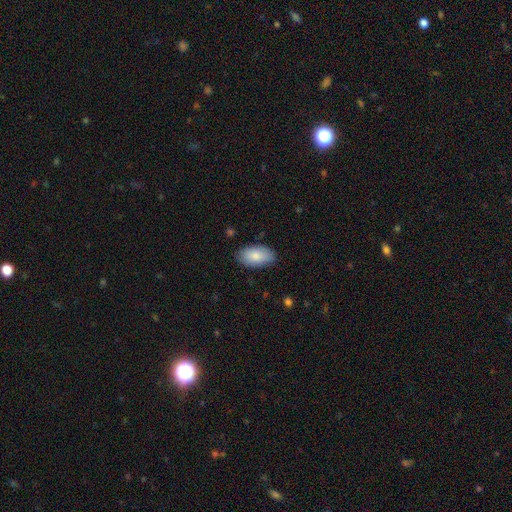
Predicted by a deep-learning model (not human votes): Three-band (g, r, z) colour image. It shows a smooth galaxy with no disk features (84%) that is in between round and cigar-shaped (95%). Merging: none (83%).